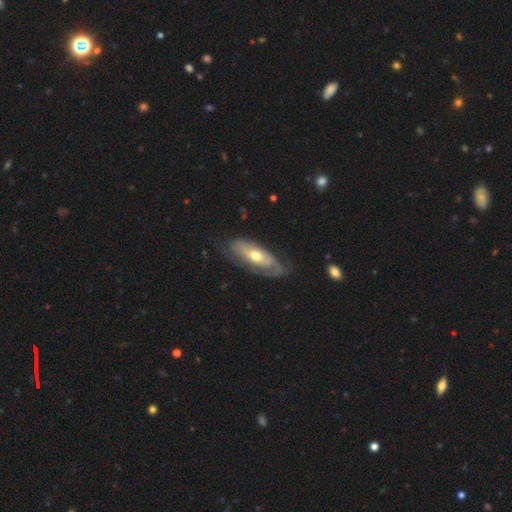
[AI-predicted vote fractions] smooth-or-featured: featured or disk: 63% | smooth: 31% | star or artifact: 6%
  disk-edge-on: no: 81% | yes: 19%
    bar: no: 76% | weak: 18% | strong: 6%
    has-spiral-arms: yes: 66% | no: 34%
    bulge-size: moderate: 66% | small: 26% | large: 6% | none: 1% | dominant: 1%
  merging: none: 59% | minor disturbance: 25% | major disturbance: 14% | merger: 2%